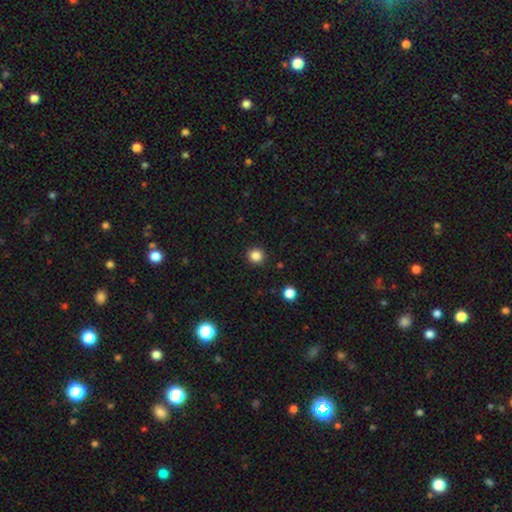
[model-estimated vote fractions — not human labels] Smooth or featured? Predicted: smooth (p=0.85). How rounded? Predicted: round (p=0.94). Merging? Predicted: none (p=0.92).